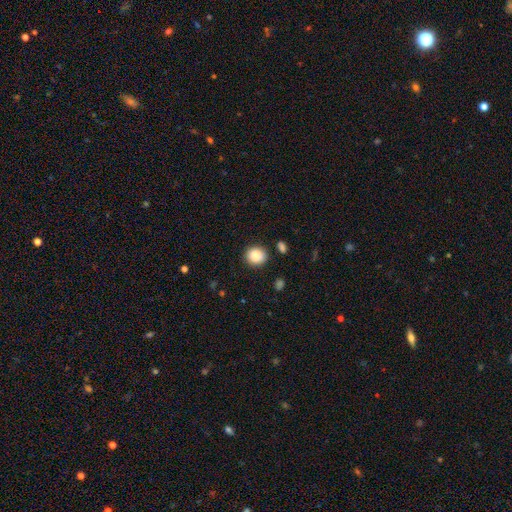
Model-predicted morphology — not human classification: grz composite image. It shows a smooth galaxy with no disk features (88%) that is round (83%). Merging: none (87%).